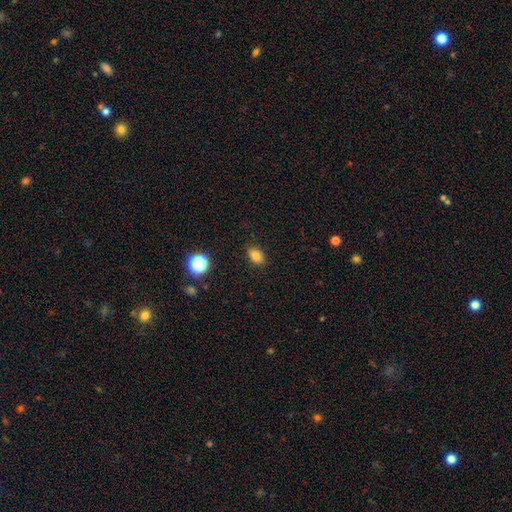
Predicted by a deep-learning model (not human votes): smooth-or-featured: smooth: 81% | star or artifact: 12% | featured or disk: 7%
  how-rounded: in between: 83% | round: 15% | cigar-shaped: 2%
  merging: none: 87% | minor disturbance: 9% | major disturbance: 2% | merger: 1%